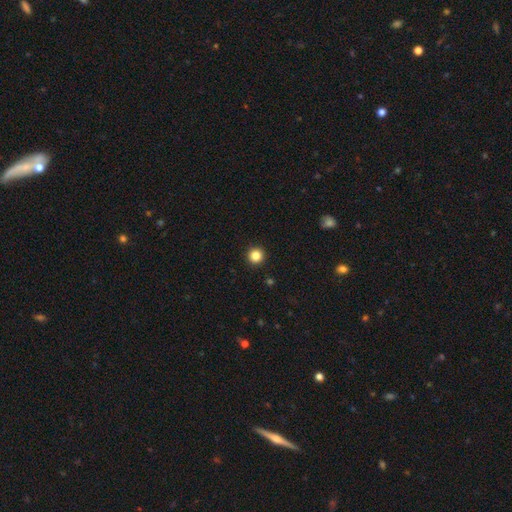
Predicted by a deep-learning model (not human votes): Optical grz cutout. It shows a smooth galaxy with no disk features (84%) that is round (96%). Merging: none (94%).